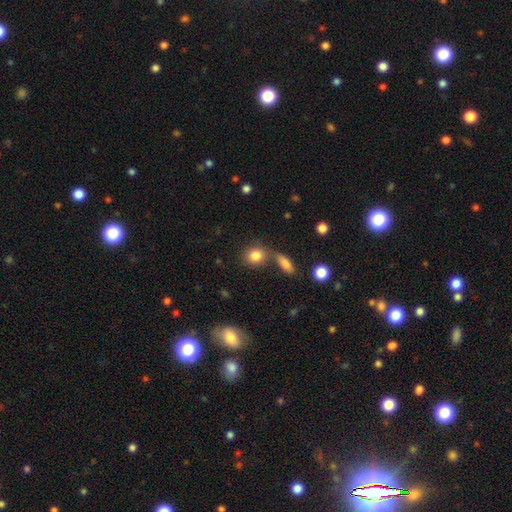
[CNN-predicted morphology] This appears to be a smooth galaxy with no disk features (84%) that is round (69%). Merging: none (59%).